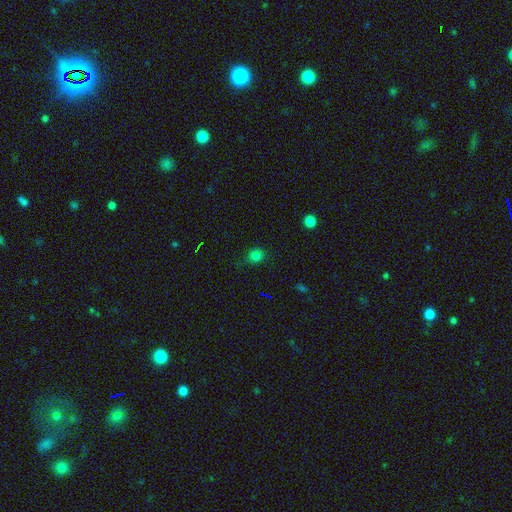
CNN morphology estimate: Smooth or featured? smooth (77%)
How rounded? round (80%)
Merging? none (78%)